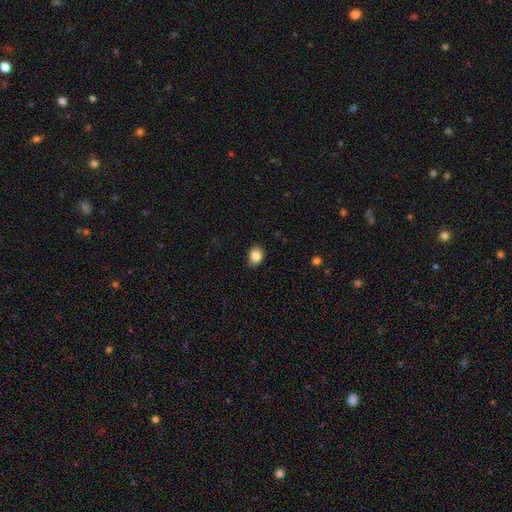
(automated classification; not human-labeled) smooth 87%, star or artifact 9%, featured or disk 4%. Down the decision tree: how rounded — in between (53%); merging — none (76%).